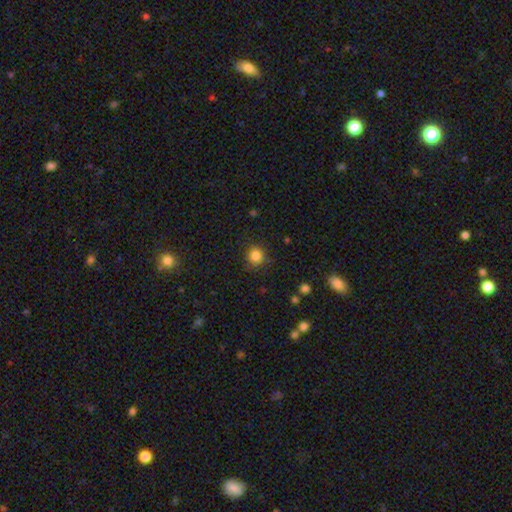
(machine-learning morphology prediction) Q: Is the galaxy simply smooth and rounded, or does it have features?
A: smooth — 84%.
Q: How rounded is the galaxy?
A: round — 90%.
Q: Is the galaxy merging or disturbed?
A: none — 86%.